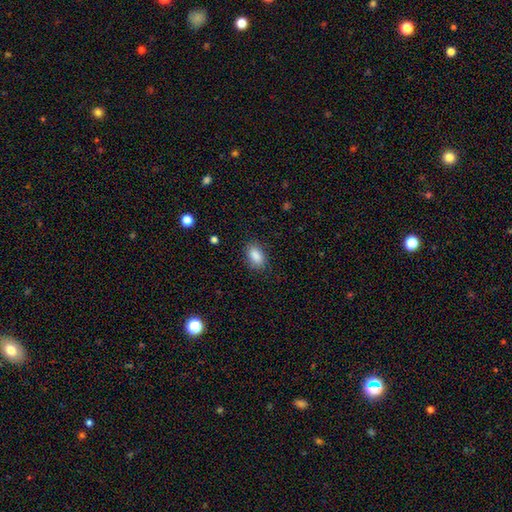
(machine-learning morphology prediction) A smooth galaxy with no disk features (88%) that is in between round and cigar-shaped (91%). Merging: none (84%).